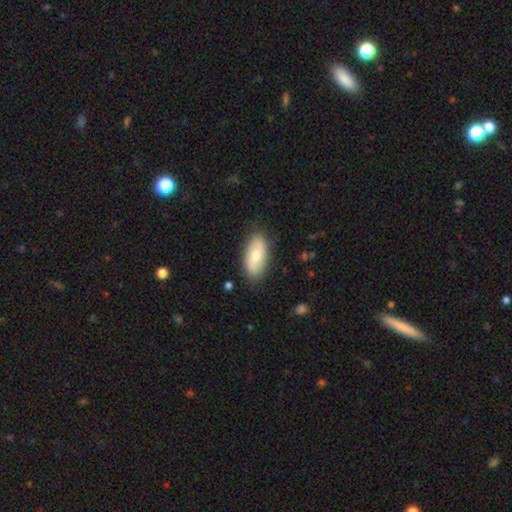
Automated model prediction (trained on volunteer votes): This appears to be a smooth galaxy with no disk features (69%) that is in between round and cigar-shaped (91%). Merging: none (84%).